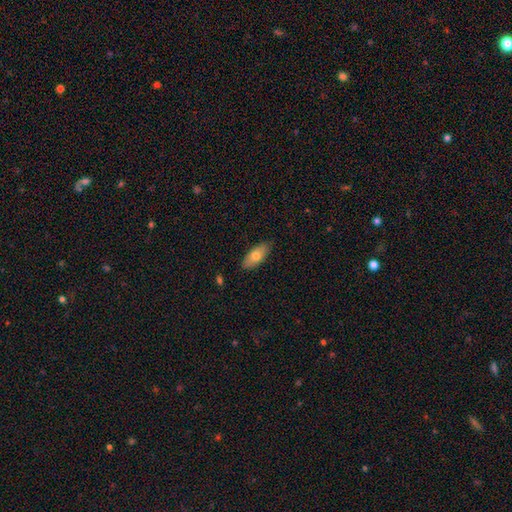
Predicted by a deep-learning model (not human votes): A smooth galaxy with no disk features (74%) that is in between round and cigar-shaped (85%).

Vote fractions:
- Smooth or featured? smooth: 74% / featured or disk: 20% / star or artifact: 6%
- How rounded? in between: 85% / cigar-shaped: 13% / round: 2%
- Merging? none: 85% / minor disturbance: 12% / major disturbance: 2% / merger: 1%